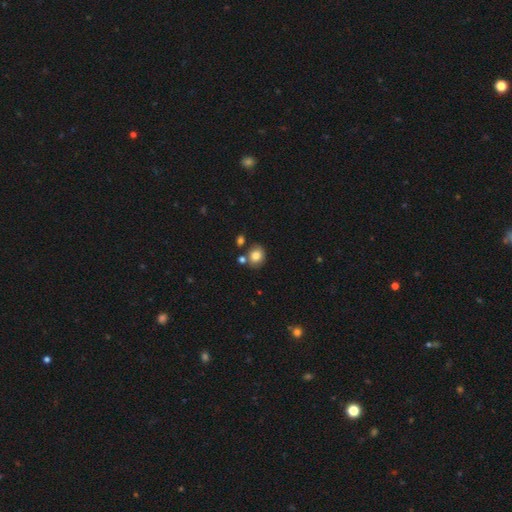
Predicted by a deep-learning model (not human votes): smooth-or-featured: smooth: 80% | star or artifact: 10% | featured or disk: 9%
  how-rounded: round: 70% | in between: 29% | cigar-shaped: 1%
  merging: none: 71% | merger: 14% | minor disturbance: 12% | major disturbance: 3%